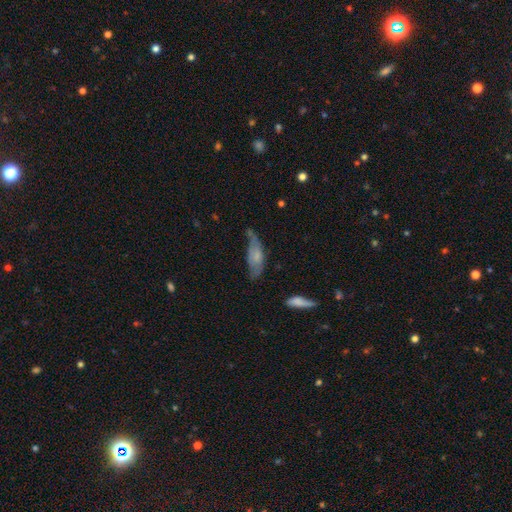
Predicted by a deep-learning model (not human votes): A smooth galaxy with no disk features (58%) that is in between round and cigar-shaped (70%). Merging: minor disturbance (38%).